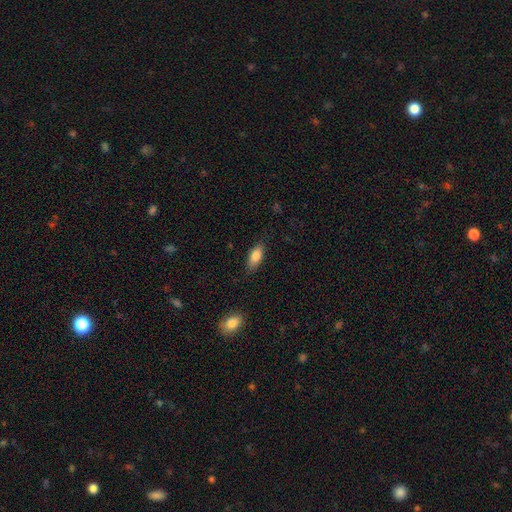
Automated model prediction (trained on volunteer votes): Overall: smooth (83%). How rounded: in between (82%). Merging: none (83%).